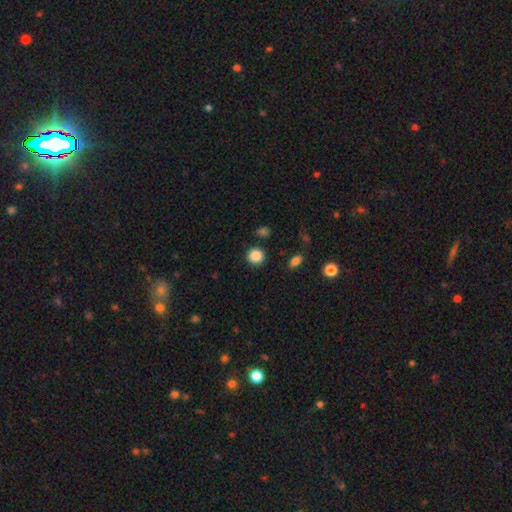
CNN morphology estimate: A smooth galaxy with no disk features (87%) that is round (92%). Merging: none (89%).